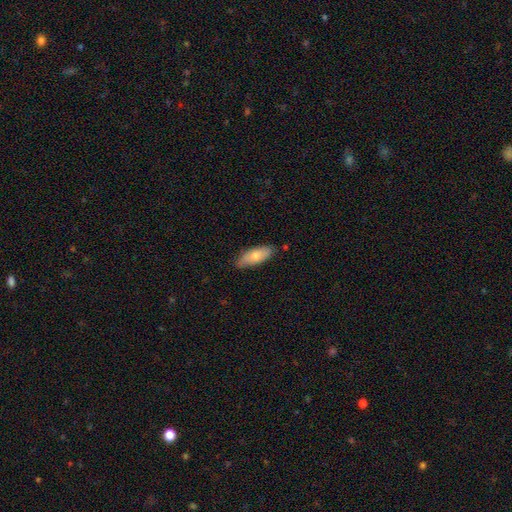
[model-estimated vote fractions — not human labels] smooth_or_featured: smooth (p=0.74) [alt: featured or disk p=0.20]
how_rounded: in between (p=0.73) [alt: cigar-shaped p=0.25]
merging: none (p=0.79) [alt: minor disturbance p=0.17]